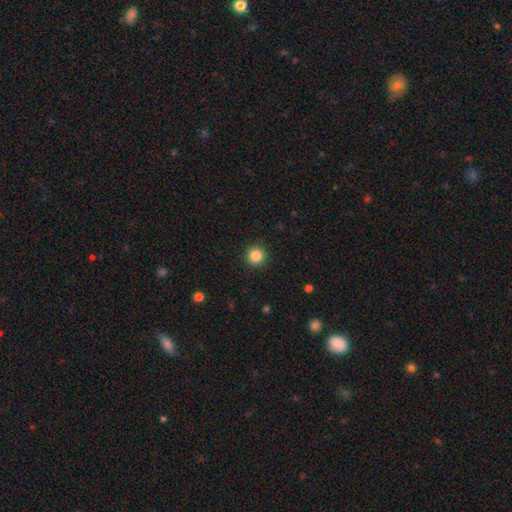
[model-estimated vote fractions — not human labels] Smooth or featured? Predicted: smooth (p=0.85). How rounded? Predicted: round (p=0.96). Merging? Predicted: none (p=0.92).